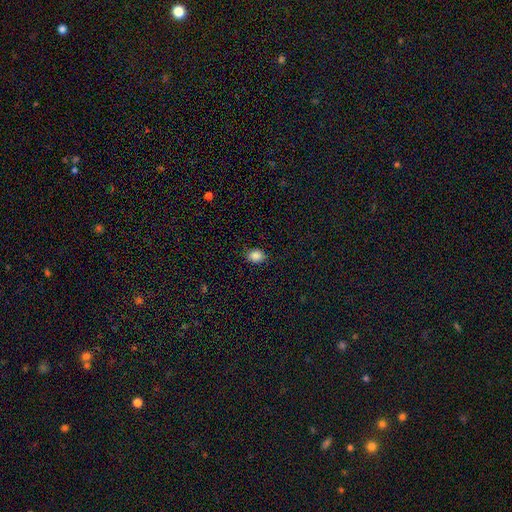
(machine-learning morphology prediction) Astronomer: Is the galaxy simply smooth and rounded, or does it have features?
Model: smooth — 86%.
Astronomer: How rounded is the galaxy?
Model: in between — 57% (runner-up: round, 41%).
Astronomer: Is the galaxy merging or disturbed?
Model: none — 86%.